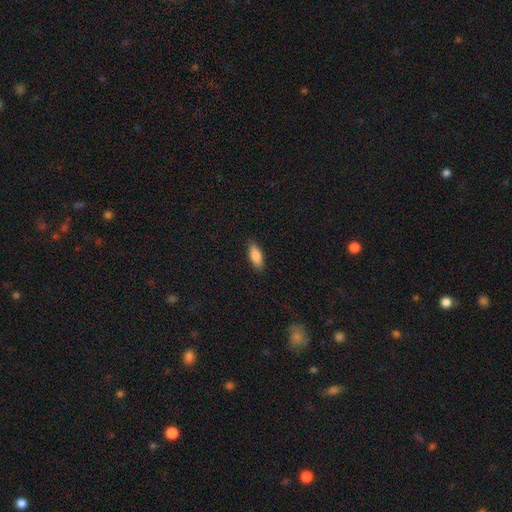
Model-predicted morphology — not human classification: smooth_or_featured: smooth (p=0.82) [alt: featured or disk p=0.12]
how_rounded: in between (p=0.73) [alt: cigar-shaped p=0.25]
merging: none (p=0.88) [alt: minor disturbance p=0.09]